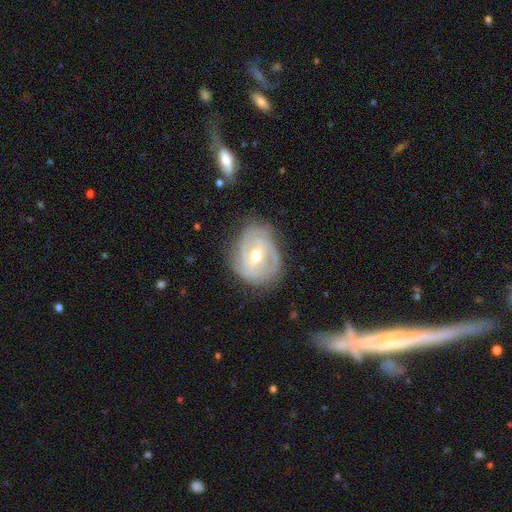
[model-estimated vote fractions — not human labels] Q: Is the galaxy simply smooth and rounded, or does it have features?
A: featured or disk — 76%.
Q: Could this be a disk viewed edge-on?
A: no — 96%.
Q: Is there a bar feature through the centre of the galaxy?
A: weak — 48%.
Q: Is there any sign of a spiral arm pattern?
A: yes — 83%.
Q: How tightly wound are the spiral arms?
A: tight — 56%.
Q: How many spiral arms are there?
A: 2 — 41%.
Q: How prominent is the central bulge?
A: moderate — 68%.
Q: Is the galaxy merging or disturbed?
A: none — 67%.